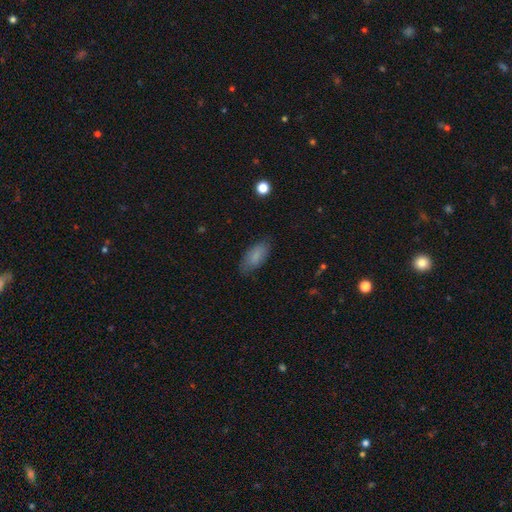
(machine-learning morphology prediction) Overall: smooth (83%). How rounded: in between (88%). Merging: none (81%).